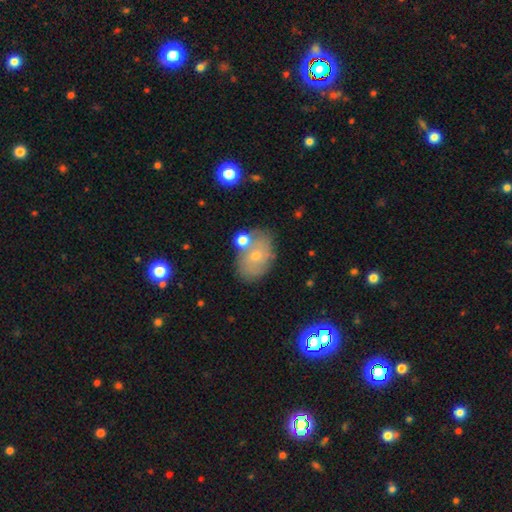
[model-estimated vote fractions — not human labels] Overall: smooth (57%; featured or disk 32%). How rounded: in between (76%). Merging: none (65%).